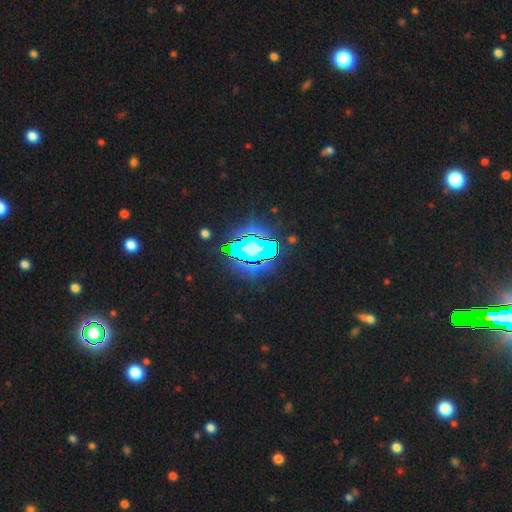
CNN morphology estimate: Q: Smooth or featured?
A: star or artifact (81%); runner-up: smooth (10%)